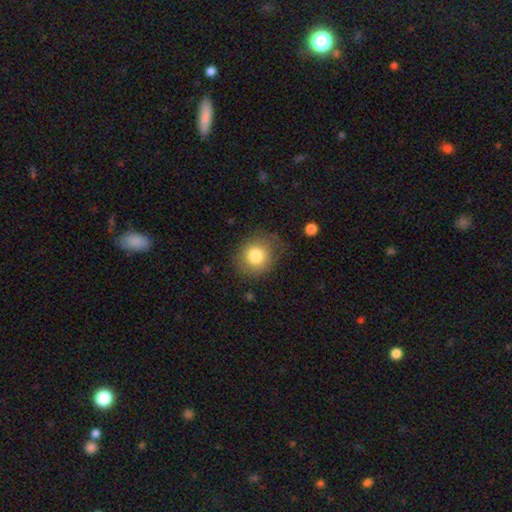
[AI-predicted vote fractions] Smooth or featured? smooth (80%)
How rounded? round (82%)
Merging? none (75%)